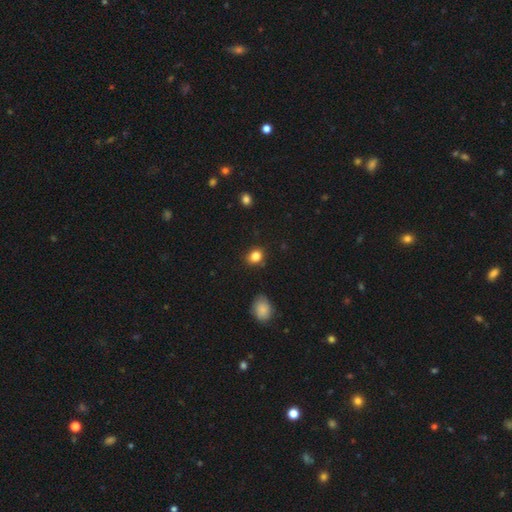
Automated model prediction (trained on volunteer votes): Smooth or featured?
  - smooth: 84% *
  - star or artifact: 12%
  - featured or disk: 5%
How rounded?
  - round: 61% *
  - in between: 38%
  - cigar-shaped: 1%
Merging?
  - none: 83% *
  - minor disturbance: 12%
  - major disturbance: 3%
  - merger: 2%